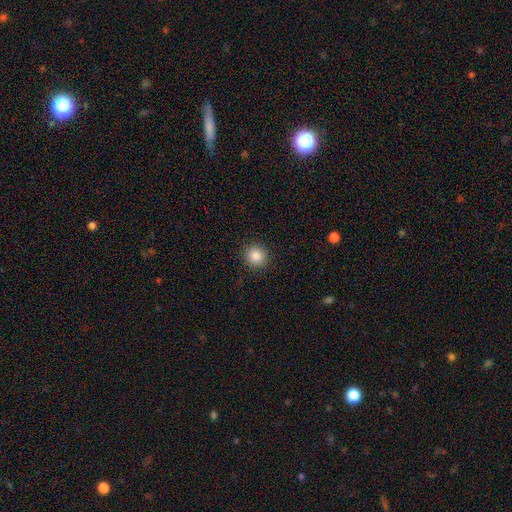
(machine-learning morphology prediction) A smooth galaxy with no disk features (86%) that is round (91%).

Vote fractions:
- Smooth or featured? smooth: 86% / star or artifact: 10% / featured or disk: 4%
- How rounded? round: 91% / in between: 8% / cigar-shaped: 1%
- Merging? none: 91% / minor disturbance: 6% / major disturbance: 2% / merger: 1%